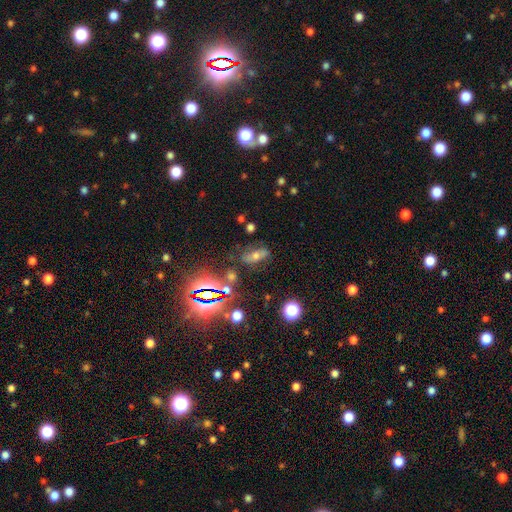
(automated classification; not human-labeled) A smooth galaxy with no disk features (46%). Merging: none (67%).